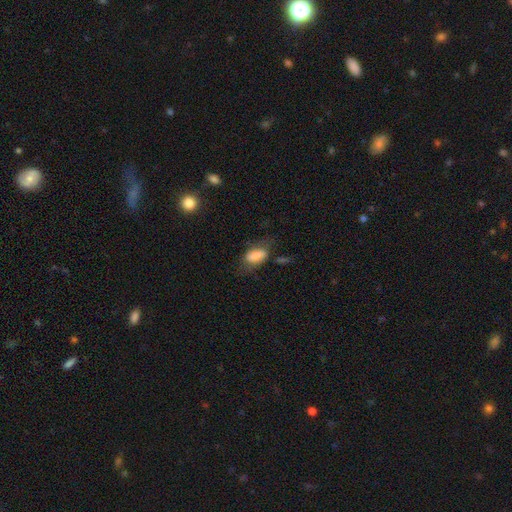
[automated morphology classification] A smooth galaxy with no disk features (78%) that is in between round and cigar-shaped (89%). Merging: none (52%).